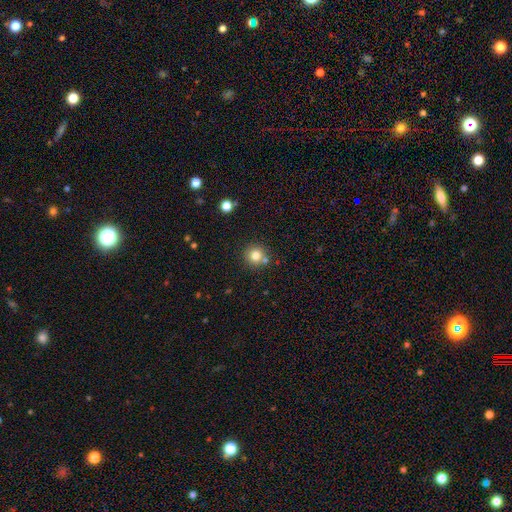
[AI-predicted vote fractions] This appears to be a smooth galaxy with no disk features (80%) that is round (93%). Merging: none (76%).